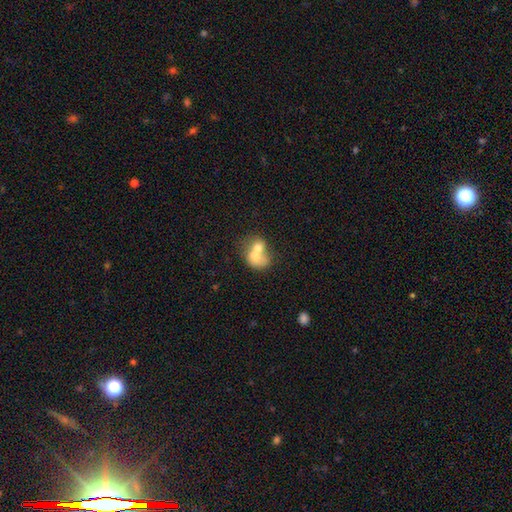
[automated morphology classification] smooth-or-featured: smooth: 65% | featured or disk: 27% | star or artifact: 8%
  how-rounded: round: 51% | in between: 48% | cigar-shaped: 1%
  merging: merger: 74% | none: 16% | minor disturbance: 6% | major disturbance: 4%